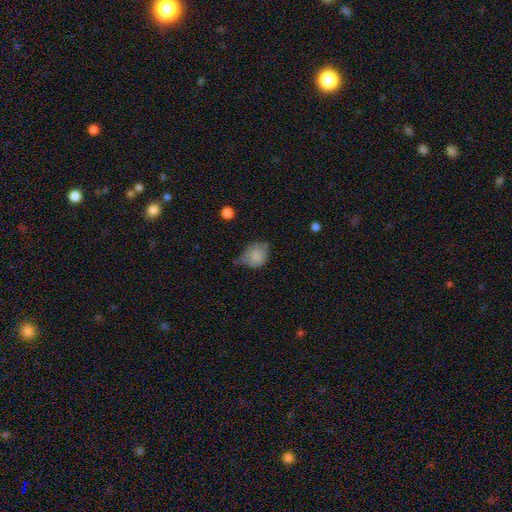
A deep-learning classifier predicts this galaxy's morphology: The model was most divided on "how rounded": round: 51%, in between: 48%, cigar-shaped: 1%. Remaining: smooth or featured — smooth (79%); merging — minor disturbance (44%).